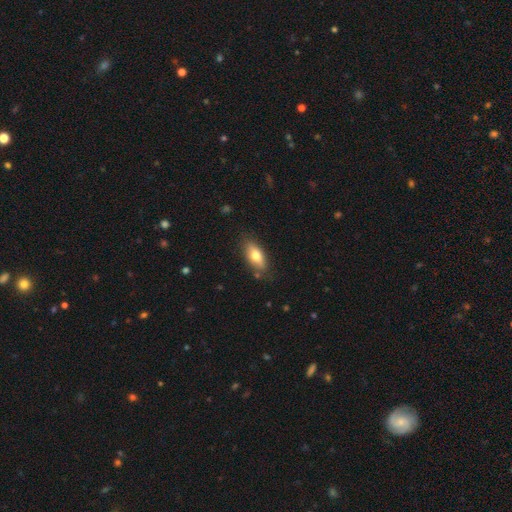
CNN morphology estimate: Smooth or featured?
  - smooth: 74% *
  - featured or disk: 20%
  - star or artifact: 7%
How rounded?
  - in between: 81% *
  - cigar-shaped: 16%
  - round: 3%
Merging?
  - none: 81% *
  - minor disturbance: 14%
  - major disturbance: 3%
  - merger: 2%